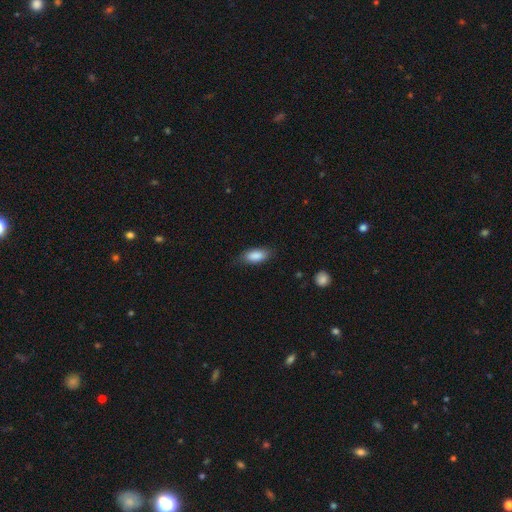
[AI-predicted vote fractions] This appears to be a smooth galaxy with no disk features (87%) that is in between round and cigar-shaped (86%). Merging: none (80%).